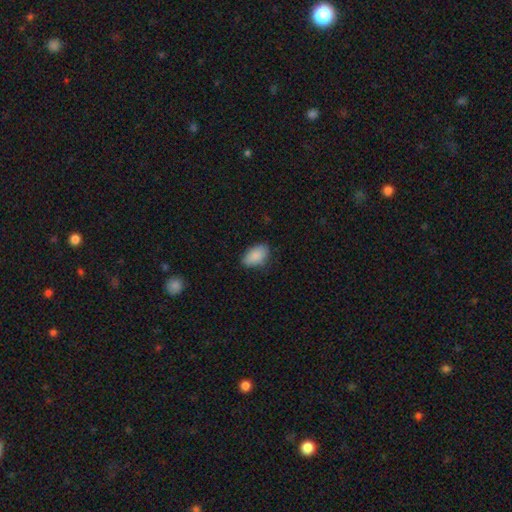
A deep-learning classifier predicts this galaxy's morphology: The model was most divided on "merging": none: 78%, minor disturbance: 18%, major disturbance: 3%, merger: 1%. More confident: how rounded — in between (93%); smooth or featured — smooth (89%).